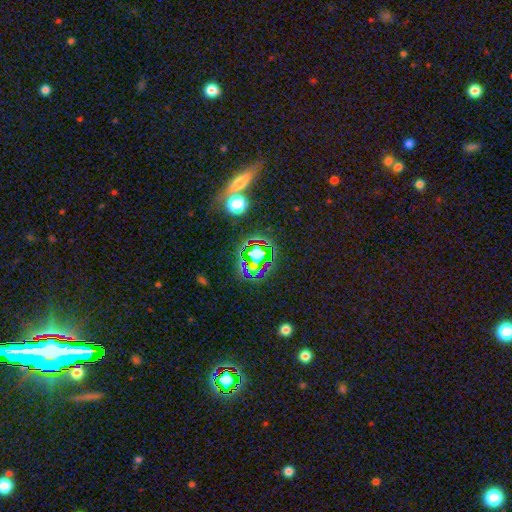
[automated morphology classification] type=star or artifact (65%).